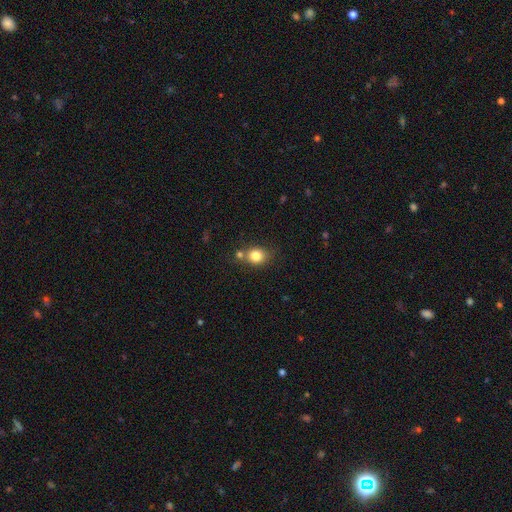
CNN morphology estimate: A smooth galaxy with no disk features (81%) that is round (72%).

Vote fractions:
- Smooth or featured? smooth: 81% / star or artifact: 11% / featured or disk: 8%
- How rounded? round: 72% / in between: 27% / cigar-shaped: 1%
- Merging? none: 62% / merger: 23% / minor disturbance: 12% / major disturbance: 4%